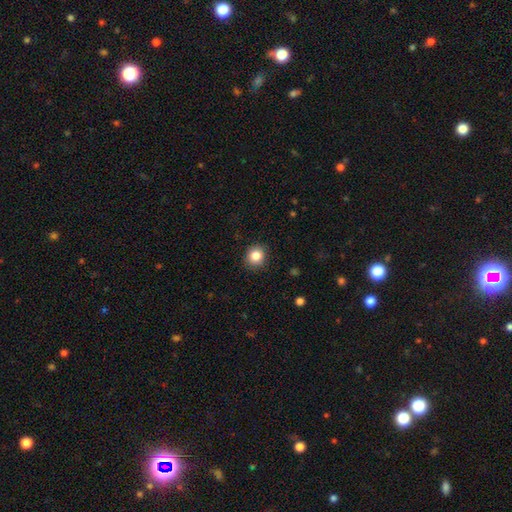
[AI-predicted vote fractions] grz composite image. It shows a smooth galaxy with no disk features (85%) that is round (84%). Merging: none (87%).